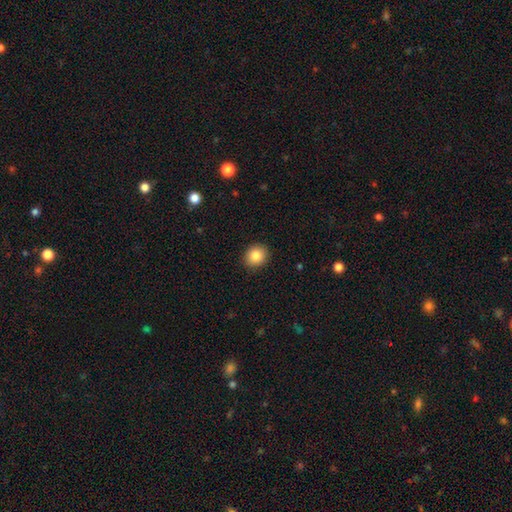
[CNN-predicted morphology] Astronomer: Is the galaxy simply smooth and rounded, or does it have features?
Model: smooth — 84%.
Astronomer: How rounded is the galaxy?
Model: round — 72%.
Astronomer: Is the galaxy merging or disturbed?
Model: none — 90%.